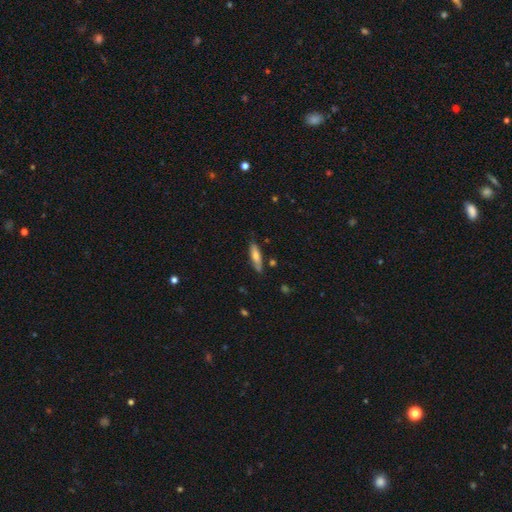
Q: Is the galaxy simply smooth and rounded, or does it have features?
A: smooth — 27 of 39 (69%).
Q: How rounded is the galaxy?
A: cigar-shaped — 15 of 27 (56%).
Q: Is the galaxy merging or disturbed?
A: none — 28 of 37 (76%).